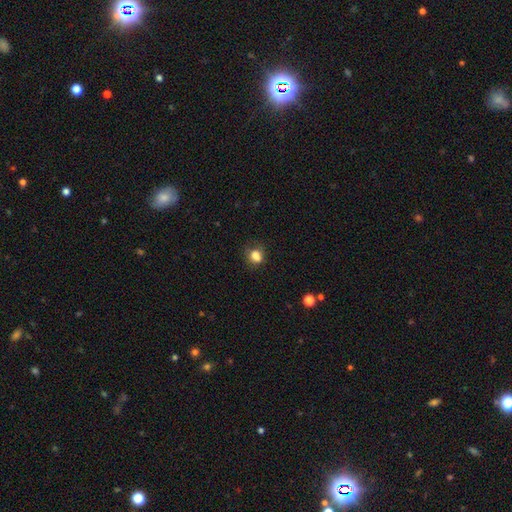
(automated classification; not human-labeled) Overall: smooth (80%). How rounded: round (60%; in between 39%). Merging: none (60%; minor disturbance 23%).